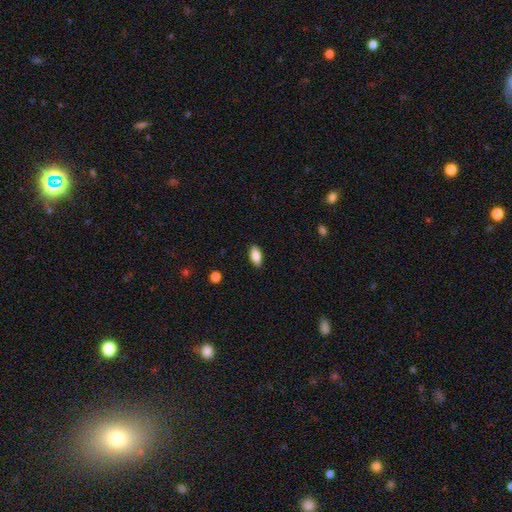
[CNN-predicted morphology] Smooth or featured?
  - smooth: 84% *
  - featured or disk: 9%
  - star or artifact: 7%
How rounded?
  - in between: 87% *
  - cigar-shaped: 10%
  - round: 3%
Merging?
  - none: 88% *
  - minor disturbance: 9%
  - major disturbance: 2%
  - merger: 1%